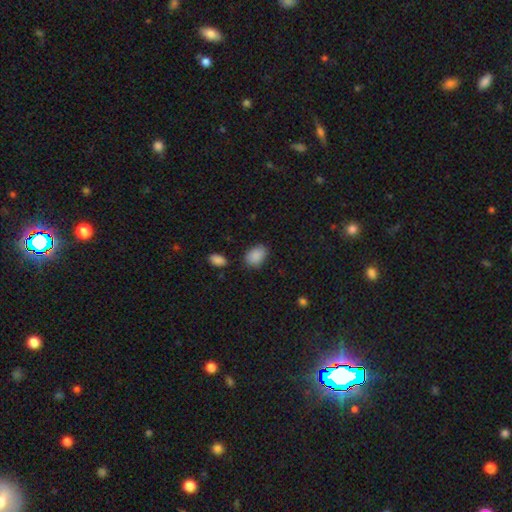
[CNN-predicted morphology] Smooth or featured? smooth (89%)
How rounded? in between (83%)
Merging? none (77%)